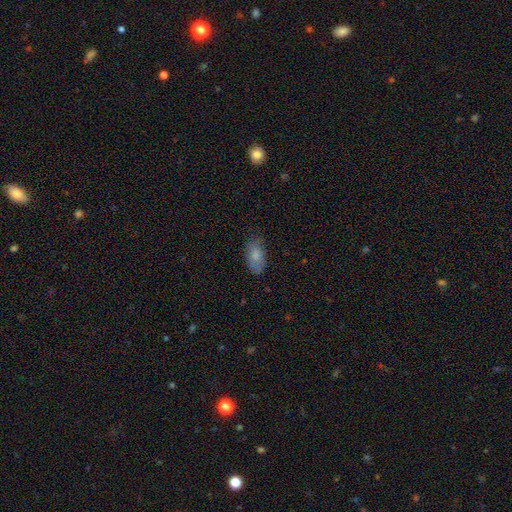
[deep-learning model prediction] This appears to be a smooth galaxy with no disk features (82%) that is in between round and cigar-shaped (90%). Merging: none (74%).